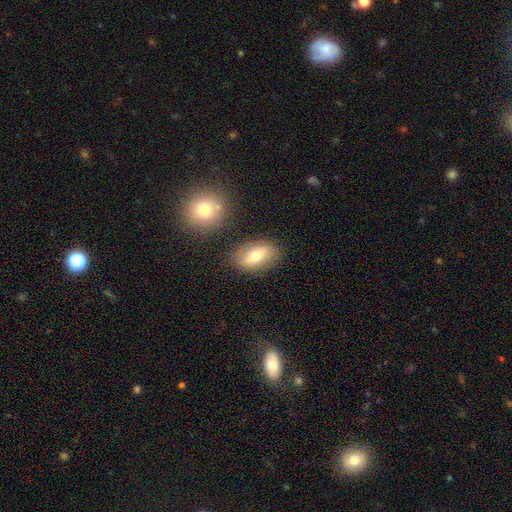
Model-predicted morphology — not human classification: Smooth or featured?
  - smooth: 62% *
  - featured or disk: 30%
  - star or artifact: 8%
How rounded?
  - in between: 86% *
  - round: 7%
  - cigar-shaped: 7%
Merging?
  - none: 79% *
  - minor disturbance: 12%
  - merger: 5%
  - major disturbance: 3%